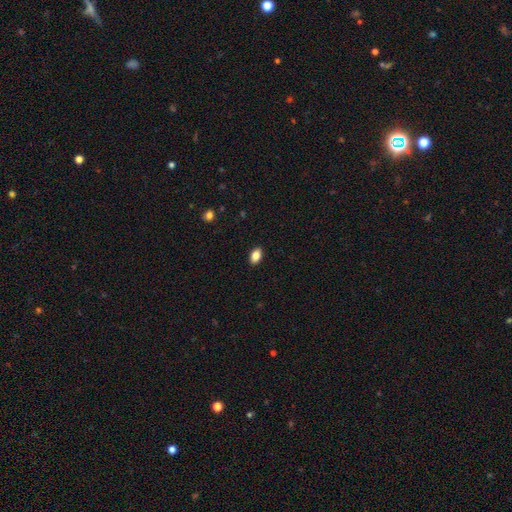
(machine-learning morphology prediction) This appears to be a smooth galaxy with no disk features (85%) that is in between round and cigar-shaped (87%). Merging: none (90%).